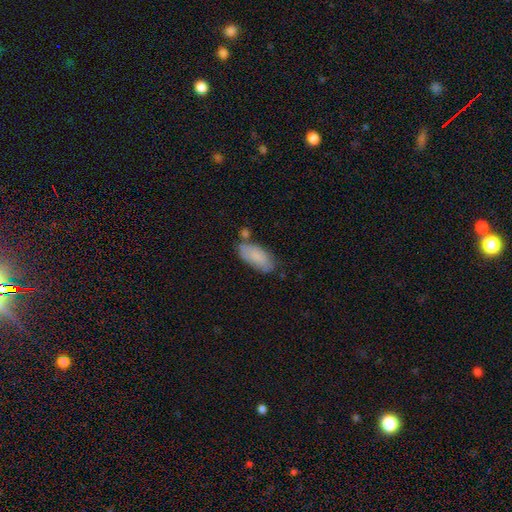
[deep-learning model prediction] Q: Smooth or featured?
A: smooth (82%); runner-up: featured or disk (12%)
Q: How rounded?
A: in between (89%); runner-up: cigar-shaped (9%)
Q: Merging?
A: none (58%); runner-up: minor disturbance (23%)